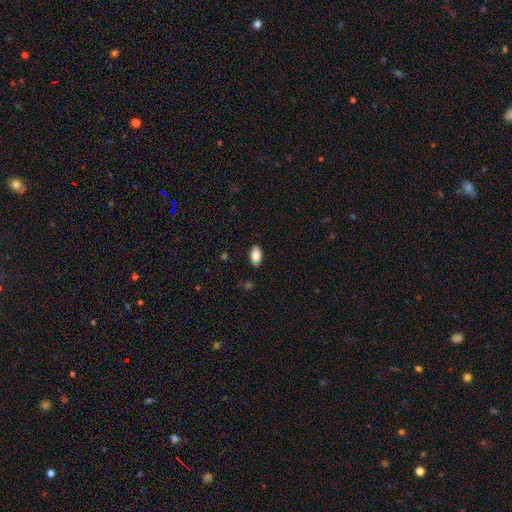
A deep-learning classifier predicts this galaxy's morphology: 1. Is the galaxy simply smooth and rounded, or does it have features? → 85% smooth, 8% featured or disk, 7% star or artifact.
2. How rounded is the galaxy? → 93% in between, 5% round, 2% cigar-shaped.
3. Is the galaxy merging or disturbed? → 87% none, 10% minor disturbance, 2% major disturbance, 1% merger.